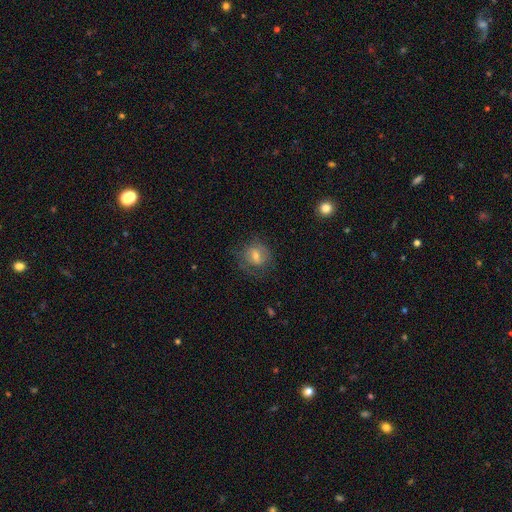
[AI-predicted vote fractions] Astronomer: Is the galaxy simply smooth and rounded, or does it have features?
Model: smooth — 58%.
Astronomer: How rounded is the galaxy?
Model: round — 68%.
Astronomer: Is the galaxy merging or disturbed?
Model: none — 66%.